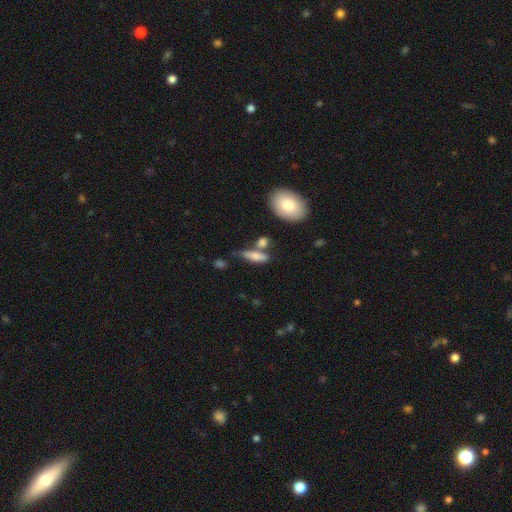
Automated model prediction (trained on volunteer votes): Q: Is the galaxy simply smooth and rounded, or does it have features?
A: smooth — 66%.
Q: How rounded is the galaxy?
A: cigar-shaped — 54%.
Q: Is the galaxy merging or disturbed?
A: none — 52%.